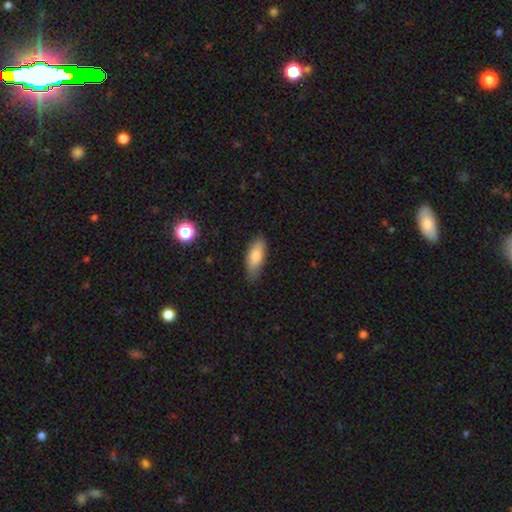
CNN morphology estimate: This appears to be a smooth galaxy with no disk features (80%) that is in between round and cigar-shaped (72%). Merging: none (79%).